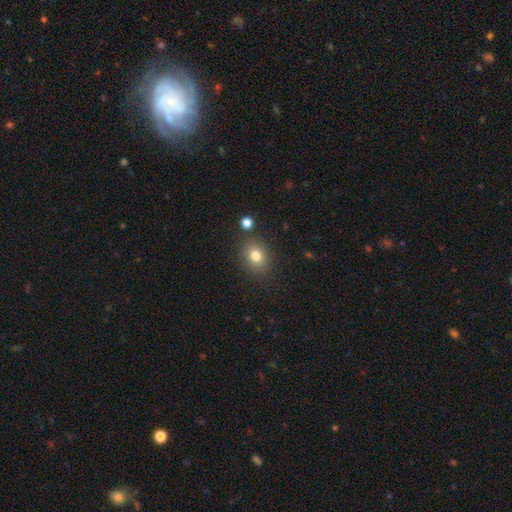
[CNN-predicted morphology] Q: Smooth or featured?
A: smooth (79%); runner-up: star or artifact (12%)
Q: How rounded?
A: round (55%); runner-up: in between (44%)
Q: Merging?
A: none (83%); runner-up: minor disturbance (10%)